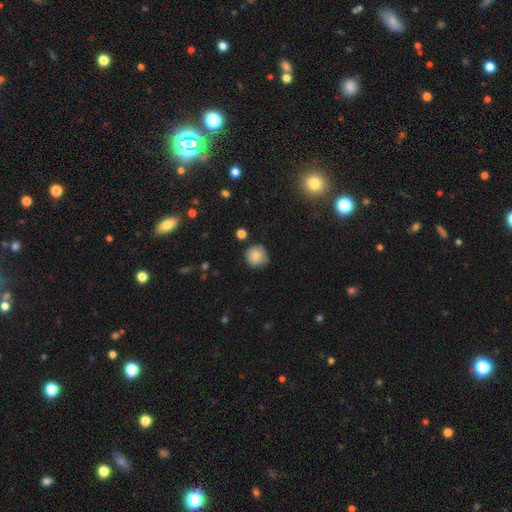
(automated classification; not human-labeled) Smooth or featured? Predicted: smooth (p=0.81). How rounded? Predicted: round (p=0.92). Merging? Predicted: none (p=0.70).